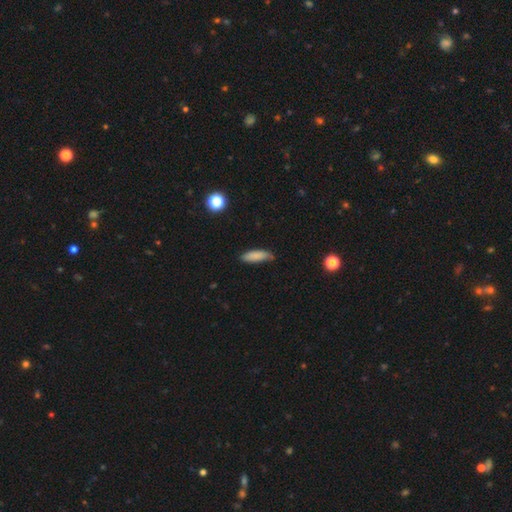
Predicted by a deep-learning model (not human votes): smooth 84%, featured or disk 9%, star or artifact 8%. Down the decision tree: how rounded — cigar-shaped (49%, tied with in between); merging — none (68%).